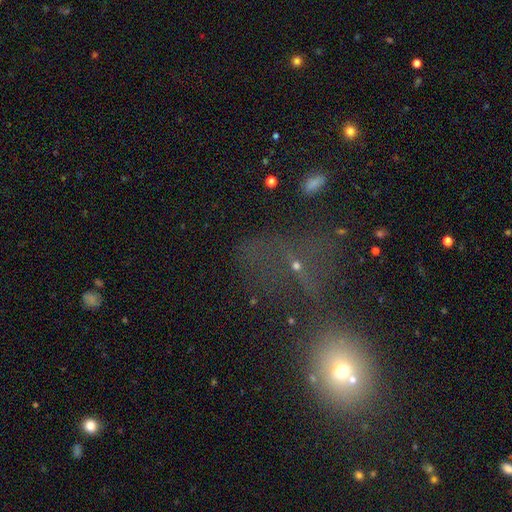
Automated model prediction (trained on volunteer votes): Morphology: type=star or artifact (43%).